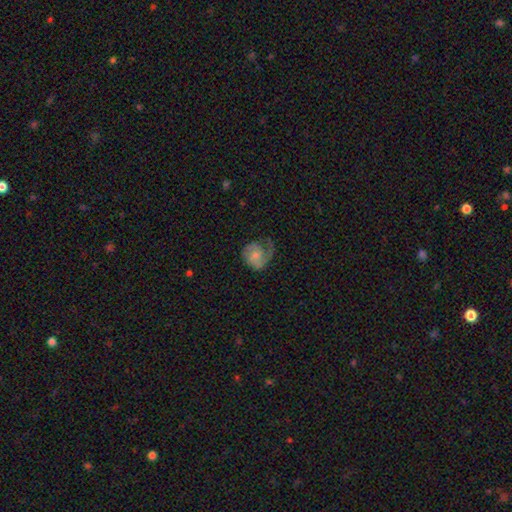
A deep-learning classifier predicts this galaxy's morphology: smooth_or_featured: featured or disk (p=0.55) [alt: smooth p=0.38]
disk_edge_on: no (p=0.98) [alt: yes p=0.02]
bar: no (p=0.72) [alt: weak p=0.25]
has_spiral_arms: yes (p=0.86) [alt: no p=0.14]
bulge_size: moderate (p=0.40) [alt: small p=0.36]
merging: none (p=0.44) [alt: major disturbance p=0.28]